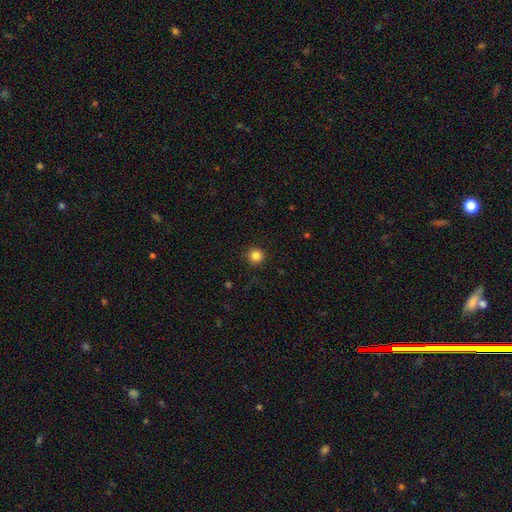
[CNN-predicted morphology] Q: Smooth or featured?
A: smooth (84%); runner-up: star or artifact (12%)
Q: How rounded?
A: round (95%); runner-up: in between (4%)
Q: Merging?
A: none (91%); runner-up: minor disturbance (6%)